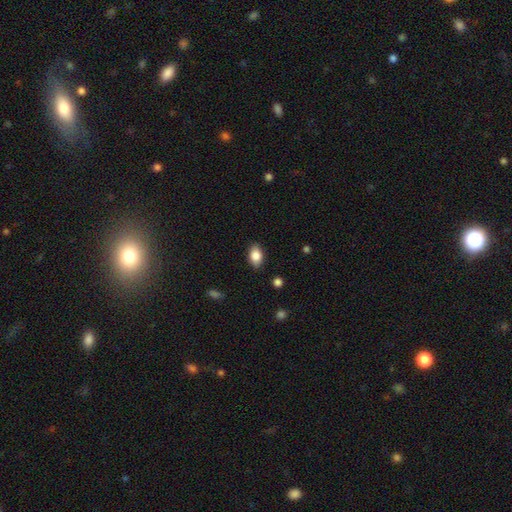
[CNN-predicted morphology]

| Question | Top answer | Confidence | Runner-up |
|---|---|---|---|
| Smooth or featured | smooth | 85% | star or artifact (8%) |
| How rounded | in between | 88% | round (11%) |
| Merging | none | 87% | minor disturbance (10%) |